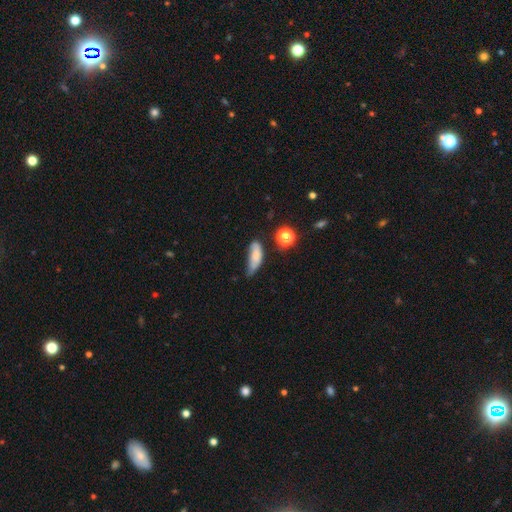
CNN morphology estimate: type=smooth (71%); roundness=in between (72%); merging=minor disturbance (42%).